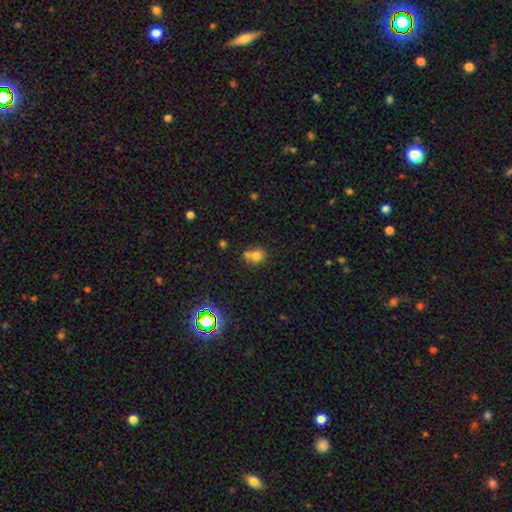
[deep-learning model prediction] The model was most divided on "merging": merger: 44%, none: 41%, minor disturbance: 11%, major disturbance: 4%. More confident: how rounded — round (72%); smooth or featured — smooth (72%).